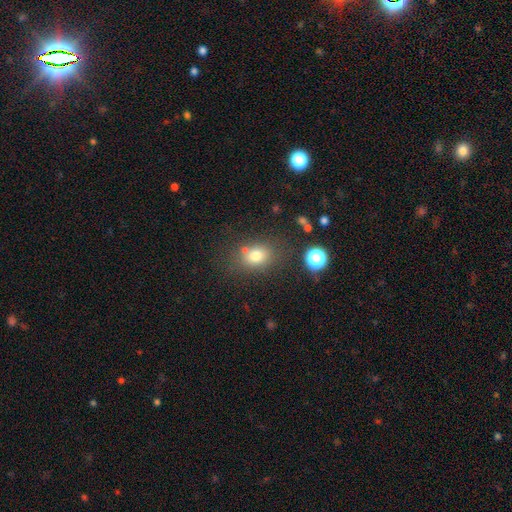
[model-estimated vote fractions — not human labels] Smooth or featured?
  - smooth: 76% *
  - star or artifact: 14%
  - featured or disk: 10%
How rounded?
  - in between: 57% *
  - round: 41%
  - cigar-shaped: 1%
Merging?
  - none: 69% *
  - minor disturbance: 15%
  - merger: 9%
  - major disturbance: 6%